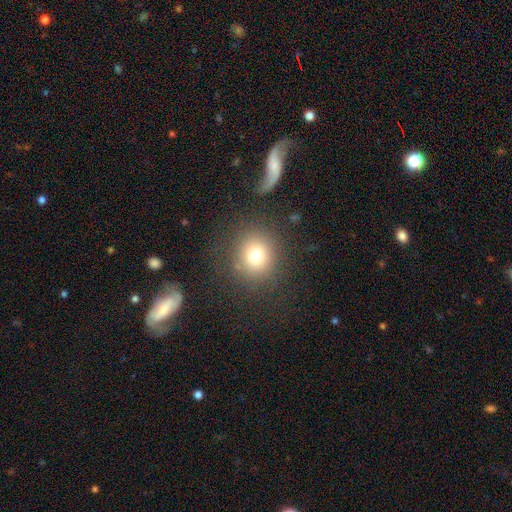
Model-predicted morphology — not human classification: Smooth or featured?
  - smooth: 74% *
  - star or artifact: 15%
  - featured or disk: 11%
How rounded?
  - round: 86% *
  - in between: 13%
  - cigar-shaped: 1%
Merging?
  - none: 83% *
  - minor disturbance: 9%
  - major disturbance: 6%
  - merger: 2%